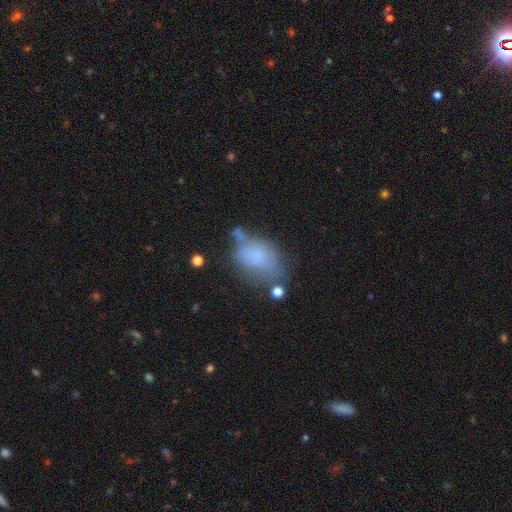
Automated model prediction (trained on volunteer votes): Q: Smooth or featured?
A: smooth (72%); runner-up: featured or disk (16%)
Q: How rounded?
A: in between (82%); runner-up: round (16%)
Q: Merging?
A: none (41%); runner-up: minor disturbance (30%)